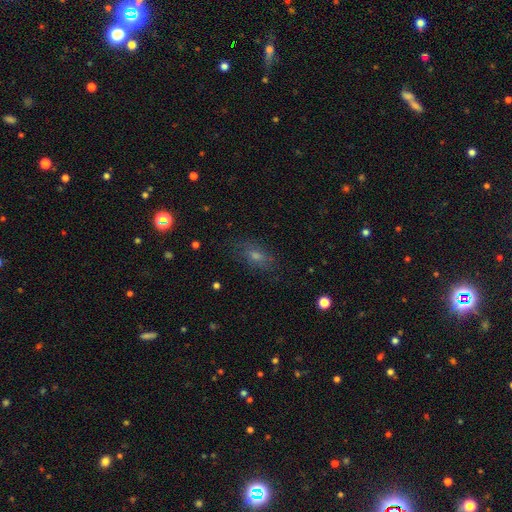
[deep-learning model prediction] Q: Smooth or featured?
A: smooth (52%); runner-up: star or artifact (25%)
Q: How rounded?
A: in between (73%); runner-up: round (16%)
Q: Merging?
A: none (77%); runner-up: minor disturbance (15%)